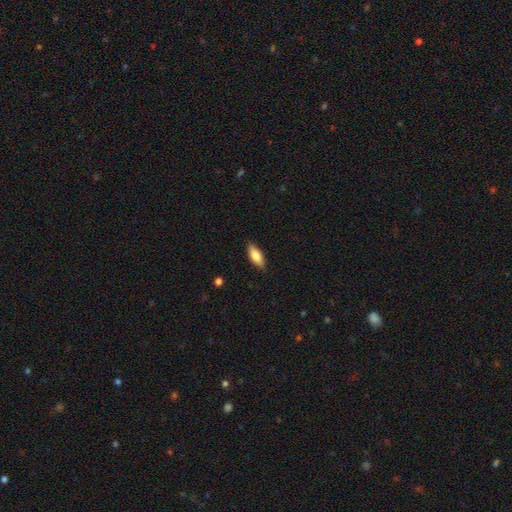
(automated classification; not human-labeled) This is likely a smooth galaxy (80%). How rounded: likely in between (75%). Merging: clearly none (85%).